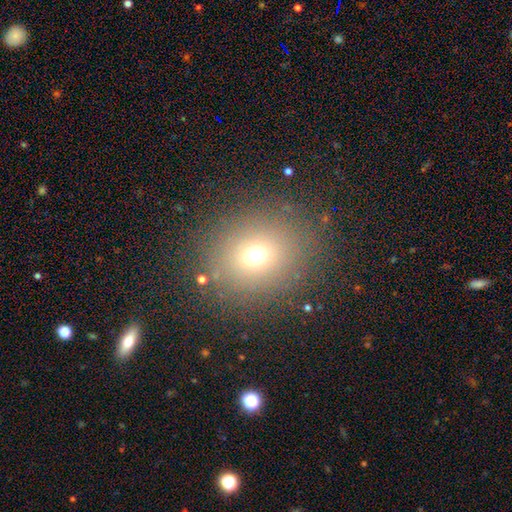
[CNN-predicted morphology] Smooth or featured?
  - smooth: 66% *
  - star or artifact: 24%
  - featured or disk: 10%
How rounded?
  - round: 76% *
  - in between: 23%
  - cigar-shaped: 1%
Merging?
  - none: 84% *
  - minor disturbance: 8%
  - major disturbance: 6%
  - merger: 2%